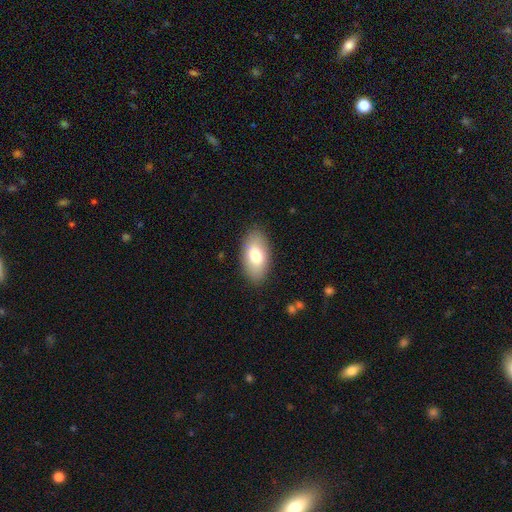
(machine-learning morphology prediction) type=smooth (74%); roundness=in between (93%); merging=none (87%).